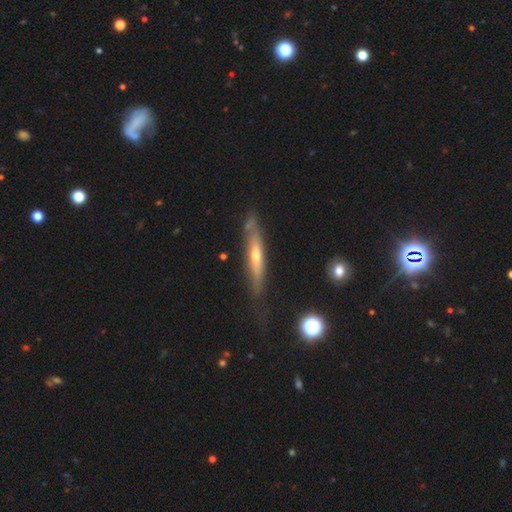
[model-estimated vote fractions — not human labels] Overall: featured or disk (68%). Edge-on disk: yes (82%). Edge-on bulge: rounded (72%). Merging: none (72%).